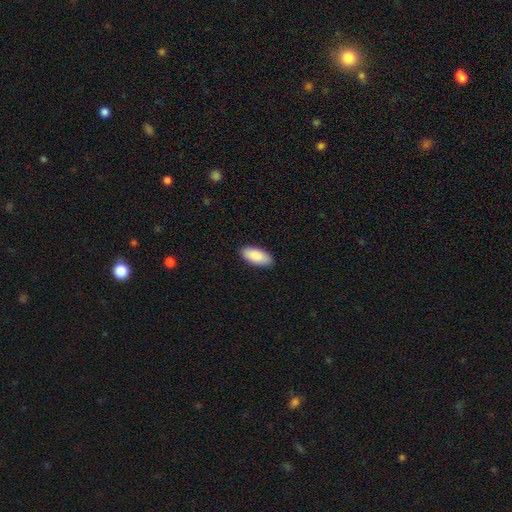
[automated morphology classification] Q: Smooth or featured?
A: smooth (90%); runner-up: star or artifact (5%)
Q: How rounded?
A: in between (91%); runner-up: cigar-shaped (7%)
Q: Merging?
A: none (90%); runner-up: minor disturbance (8%)